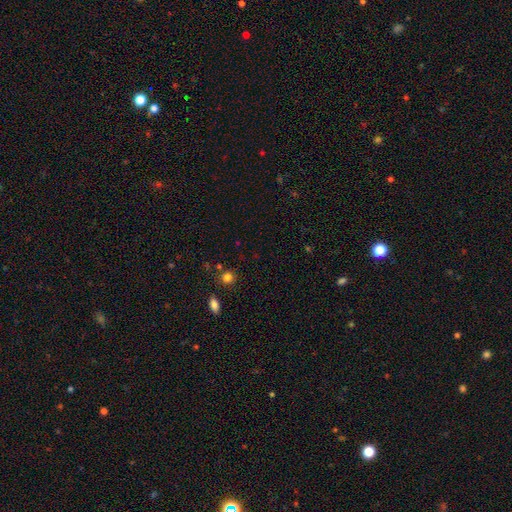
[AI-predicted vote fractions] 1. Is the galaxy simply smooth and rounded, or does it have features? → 62% smooth, 32% star or artifact, 6% featured or disk.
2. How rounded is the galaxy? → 84% round, 14% in between, 2% cigar-shaped.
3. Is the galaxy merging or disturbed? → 81% none, 9% minor disturbance, 6% merger, 4% major disturbance.